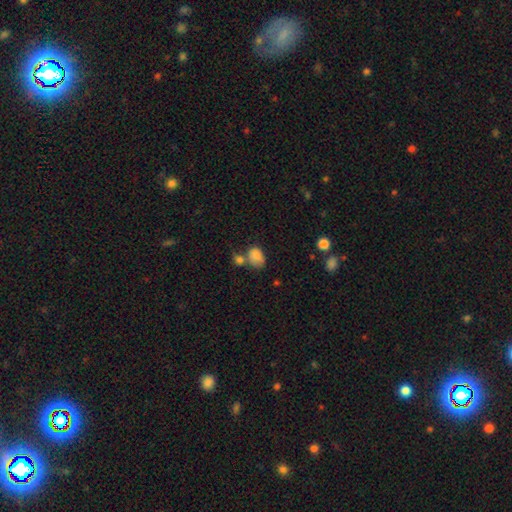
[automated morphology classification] Q: Smooth or featured?
A: smooth (83%); runner-up: star or artifact (9%)
Q: How rounded?
A: in between (76%); runner-up: round (23%)
Q: Merging?
A: none (38%); runner-up: merger (32%)